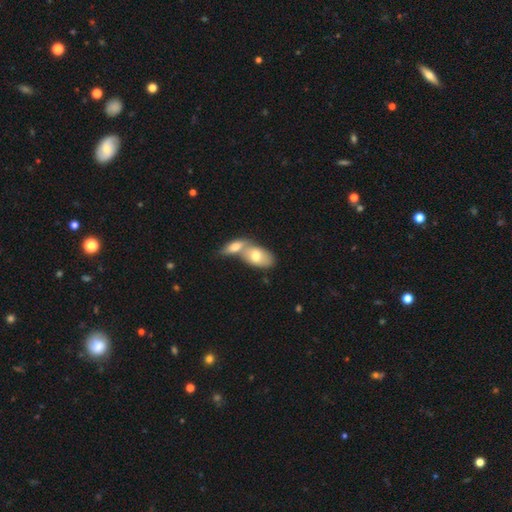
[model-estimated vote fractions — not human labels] Smooth or featured? smooth (71%)
How rounded? in between (92%)
Merging? merger (66%)